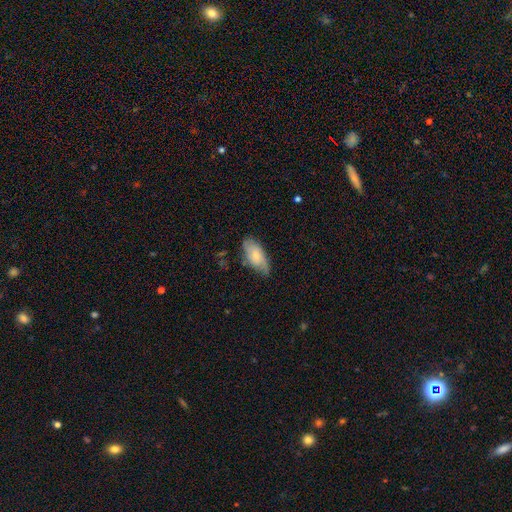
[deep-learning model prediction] A smooth galaxy with no disk features (59%) that is in between round and cigar-shaped (90%). Merging: none (62%).